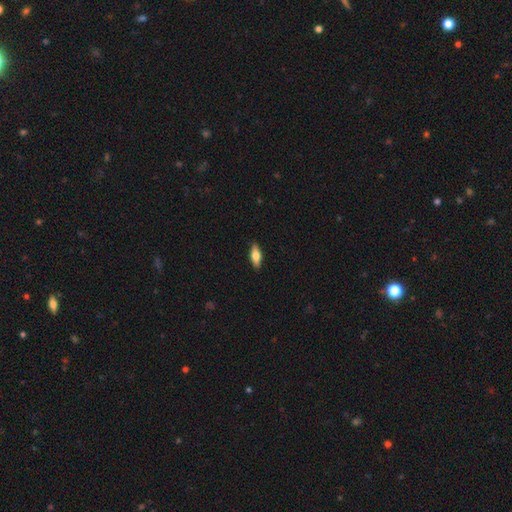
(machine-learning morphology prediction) A smooth galaxy with no disk features (64%) that is in between round and cigar-shaped (67%). Merging: none (90%).